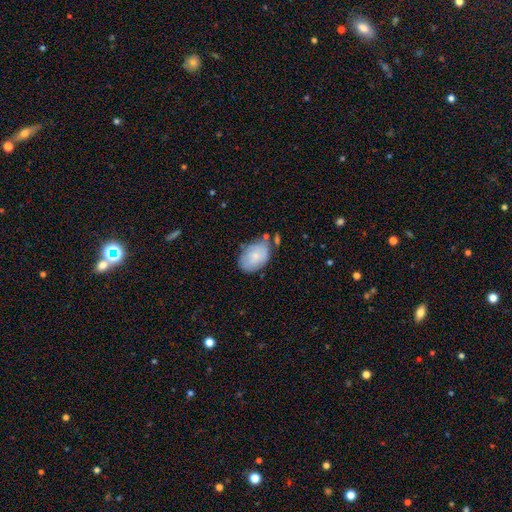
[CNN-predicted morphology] A smooth galaxy with no disk features (67%) that is in between round and cigar-shaped (86%). Merging: none (58%).